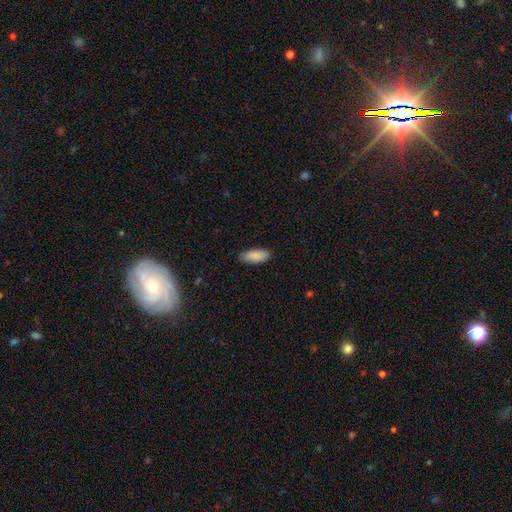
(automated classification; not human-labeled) This appears to be a smooth galaxy with no disk features (90%) that is in between round and cigar-shaped (80%). Merging: none (87%).